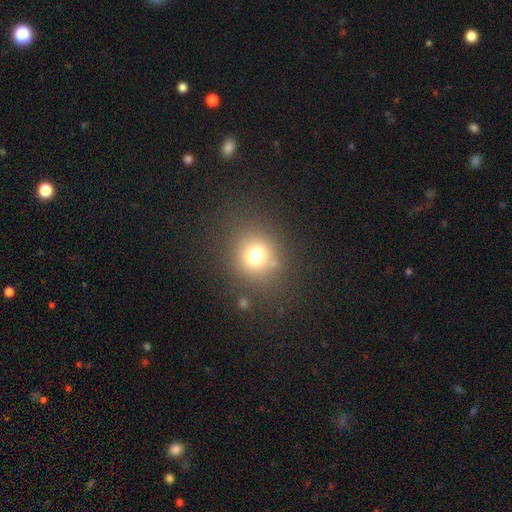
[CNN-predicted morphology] smooth_or_featured: smooth (p=0.73) [alt: star or artifact p=0.17]
how_rounded: round (p=0.87) [alt: in between p=0.12]
merging: none (p=0.81) [alt: minor disturbance p=0.10]